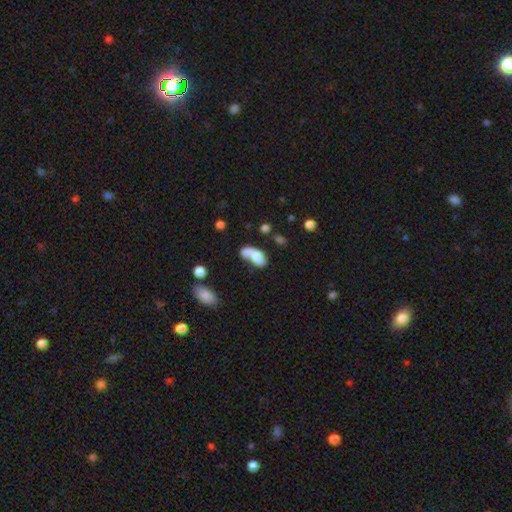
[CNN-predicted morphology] smooth-or-featured: smooth: 49% | featured or disk: 43% | star or artifact: 8%
  merging: merger: 36% | none: 26% | major disturbance: 20% | minor disturbance: 18%